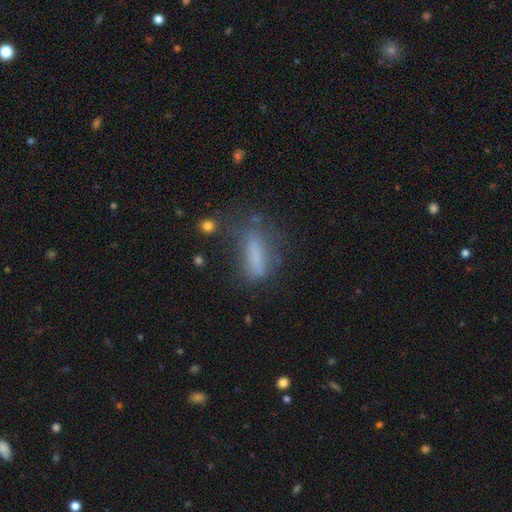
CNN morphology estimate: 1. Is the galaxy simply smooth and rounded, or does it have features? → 65% smooth, 21% featured or disk, 14% star or artifact.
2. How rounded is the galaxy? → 51% cigar-shaped, 46% in between, 3% round.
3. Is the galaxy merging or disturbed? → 47% none, 25% minor disturbance, 22% major disturbance, 6% merger.